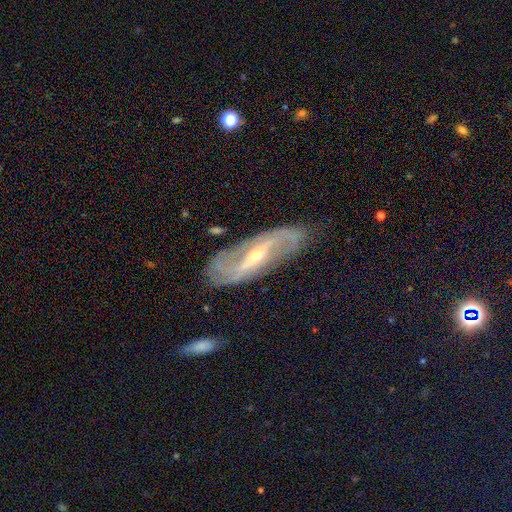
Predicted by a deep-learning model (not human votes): featured or disk 84%, star or artifact 8%, smooth 8%. Down the decision tree: edge-on disk — no (82%); bar — strong (53%); spiral arms — yes (88%); spiral arm count — 2 (80%); spiral winding — medium (38%); bulge size — small (61%); merging — none (77%).